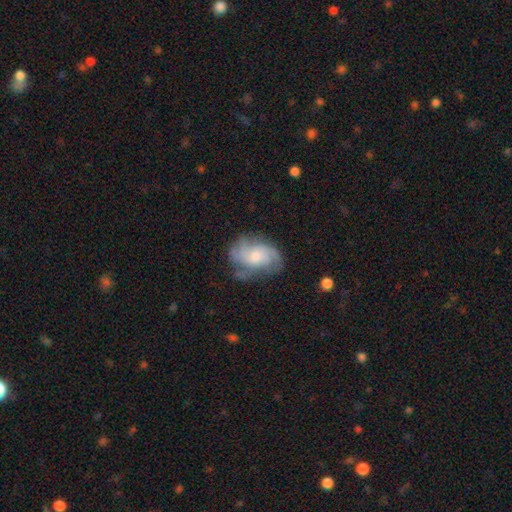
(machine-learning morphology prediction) featured or disk 70%, smooth 23%, star or artifact 7%. Down the decision tree: edge-on disk — no (97%); bar — no (71%); spiral arms — yes (90%); spiral arm count — can't tell (29%); spiral winding — medium (45%); bulge size — moderate (47%); merging — none (63%).